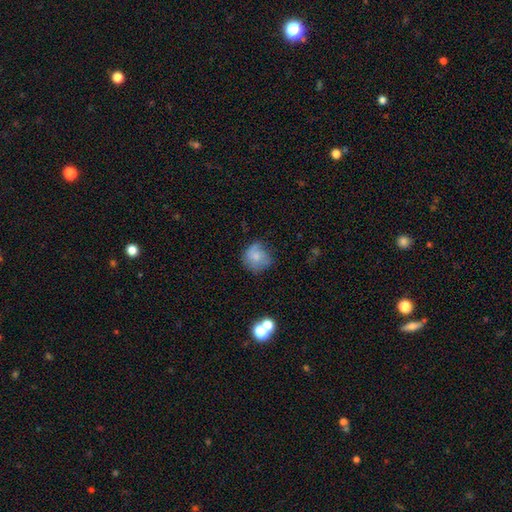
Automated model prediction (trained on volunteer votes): The model was most divided on "merging": none: 55%, minor disturbance: 30%, major disturbance: 12%, merger: 3%. More confident: how rounded — round (83%); smooth or featured — smooth (73%).